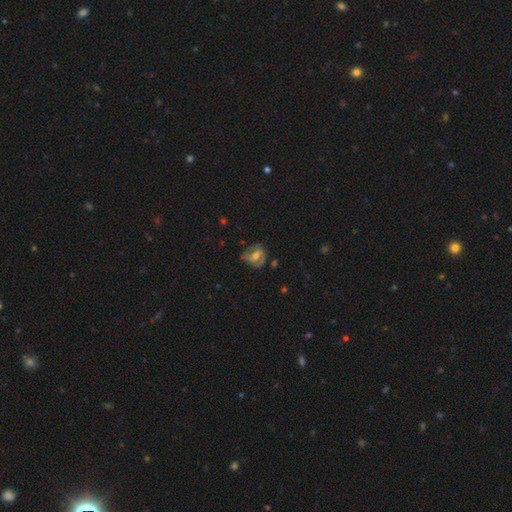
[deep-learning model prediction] This is possibly a featured or disk galaxy (59%). It is clearly not viewed edge-on (96%). Bar: marginally weak (45%). Spiral arm pattern: likely yes (74%). Central bulge: possibly moderate (58%). Merging: possibly none (57%).